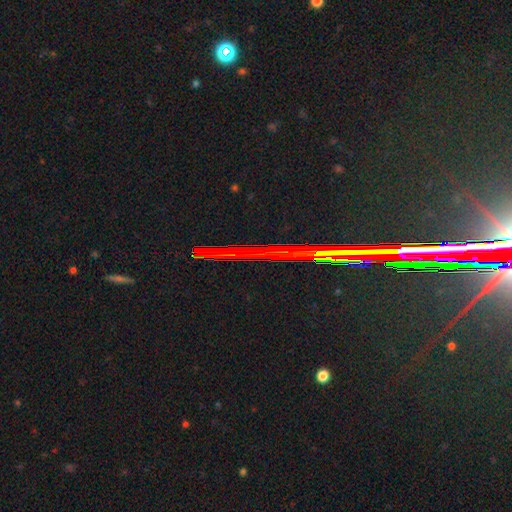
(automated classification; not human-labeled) star or artifact 79%, featured or disk 12%, smooth 8%.